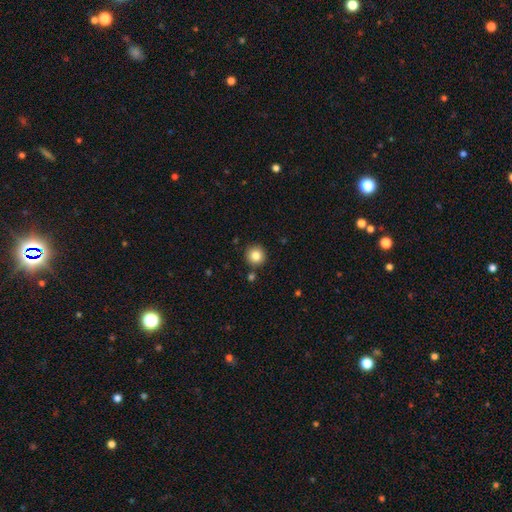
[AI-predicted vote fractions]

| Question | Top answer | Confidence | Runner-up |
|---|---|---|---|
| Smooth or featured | smooth | 84% | star or artifact (10%) |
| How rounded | round | 95% | in between (4%) |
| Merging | none | 87% | minor disturbance (7%) |